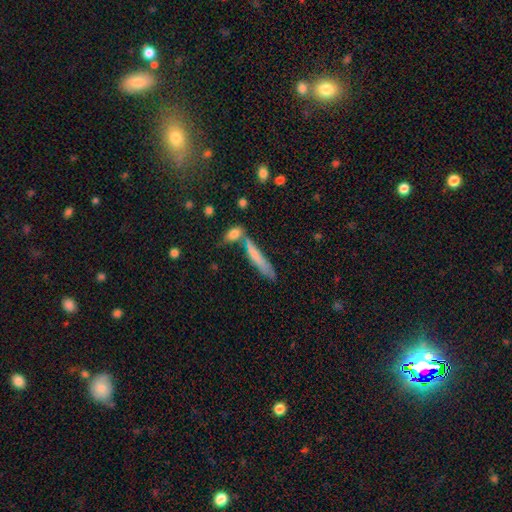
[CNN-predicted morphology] Smooth or featured? smooth (68%)
How rounded? cigar-shaped (89%)
Merging? none (62%)